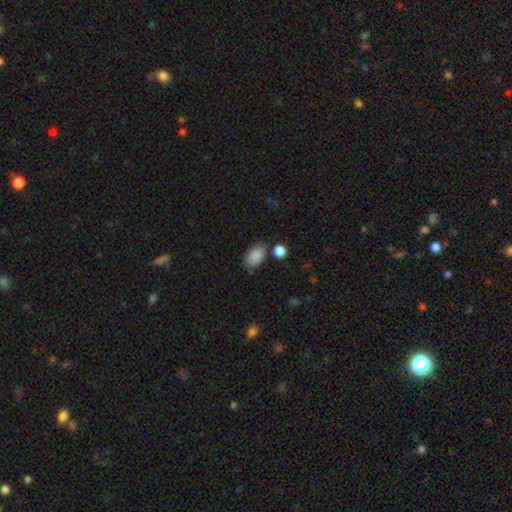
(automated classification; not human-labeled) A smooth galaxy with no disk features (88%) that is in between round and cigar-shaped (92%). Merging: none (73%).